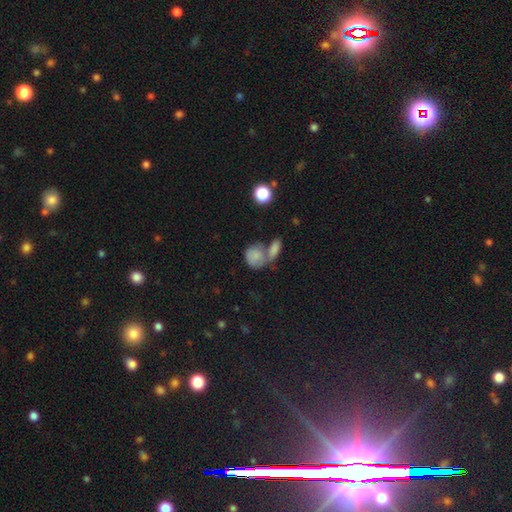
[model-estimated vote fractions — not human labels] A smooth galaxy with no disk features (79%) that is round (53%).

Vote fractions:
- Smooth or featured? smooth: 79% / featured or disk: 13% / star or artifact: 9%
- How rounded? round: 53% / in between: 45% / cigar-shaped: 3%
- Merging? merger: 54% / none: 29% / minor disturbance: 11% / major disturbance: 7%